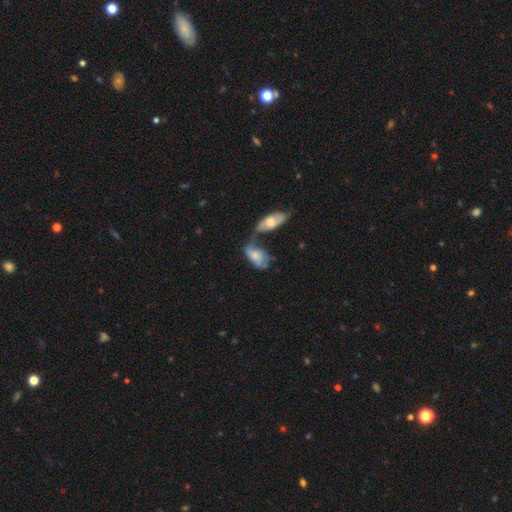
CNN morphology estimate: Smooth or featured?
  - smooth: 56% *
  - featured or disk: 37%
  - star or artifact: 7%
How rounded?
  - in between: 91% *
  - round: 5%
  - cigar-shaped: 4%
Merging?
  - merger: 52% *
  - none: 18%
  - minor disturbance: 16%
  - major disturbance: 15%